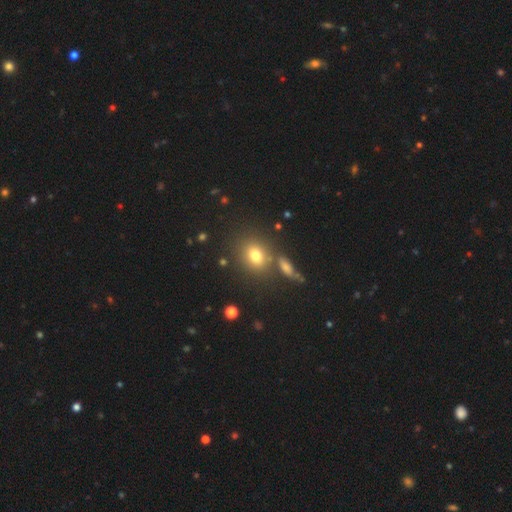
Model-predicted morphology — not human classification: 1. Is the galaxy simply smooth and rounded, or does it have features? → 75% smooth, 14% star or artifact, 12% featured or disk.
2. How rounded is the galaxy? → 53% round, 45% in between, 2% cigar-shaped.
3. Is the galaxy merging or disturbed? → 71% none, 13% merger, 11% minor disturbance, 5% major disturbance.